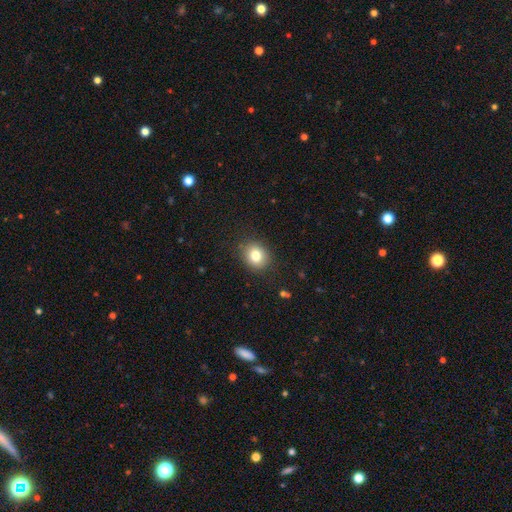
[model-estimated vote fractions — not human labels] A smooth galaxy with no disk features (81%) that is round (69%).

Vote fractions:
- Smooth or featured? smooth: 81% / star or artifact: 11% / featured or disk: 8%
- How rounded? round: 69% / in between: 30% / cigar-shaped: 1%
- Merging? none: 88% / minor disturbance: 8% / major disturbance: 3% / merger: 1%